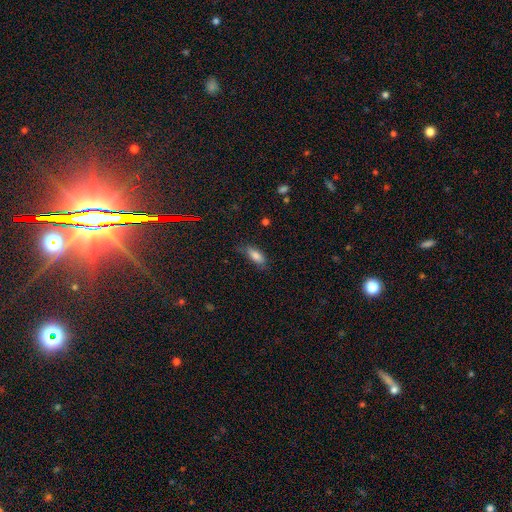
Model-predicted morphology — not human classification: smooth-or-featured: smooth: 81% | featured or disk: 10% | star or artifact: 9%
  how-rounded: in between: 76% | cigar-shaped: 21% | round: 3%
  merging: none: 68% | minor disturbance: 24% | major disturbance: 6% | merger: 2%